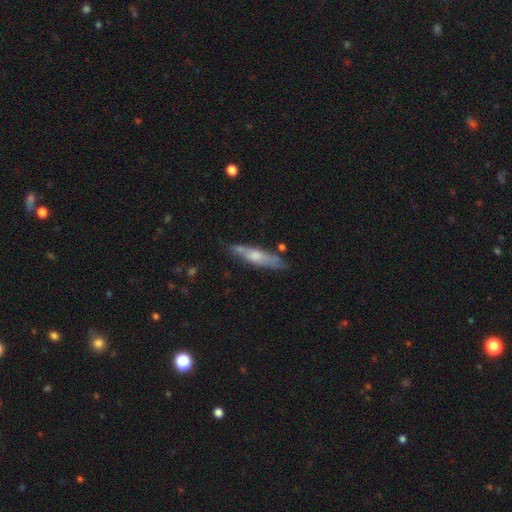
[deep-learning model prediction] Overall: featured or disk (48%; smooth 46%). Merging: none (70%).